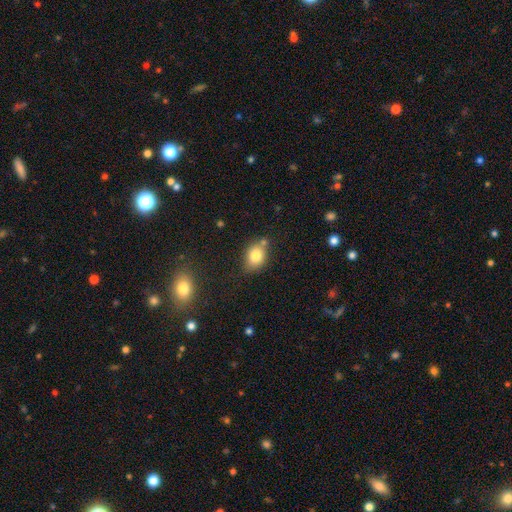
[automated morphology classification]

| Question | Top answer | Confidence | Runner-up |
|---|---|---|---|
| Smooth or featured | smooth | 80% | featured or disk (10%) |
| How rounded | in between | 62% | round (37%) |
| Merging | none | 65% | minor disturbance (19%) |